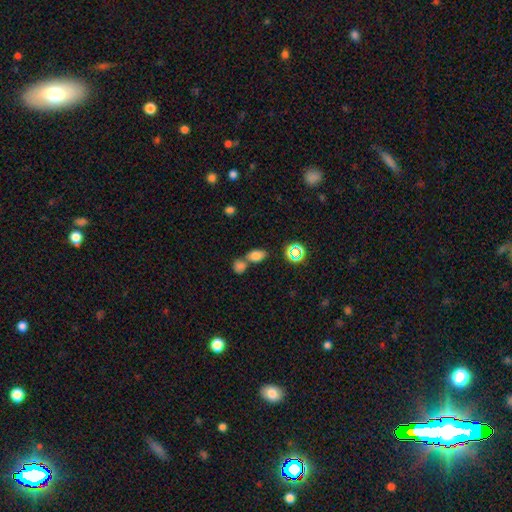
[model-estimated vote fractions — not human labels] Morphology: type=smooth (76%); roundness=in between (84%); merging=none (51%).